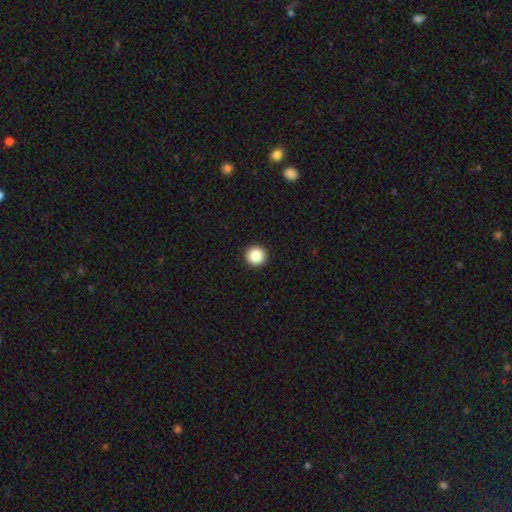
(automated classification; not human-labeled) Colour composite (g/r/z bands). It shows a smooth galaxy with no disk features (87%) that is round (97%). Merging: none (94%).